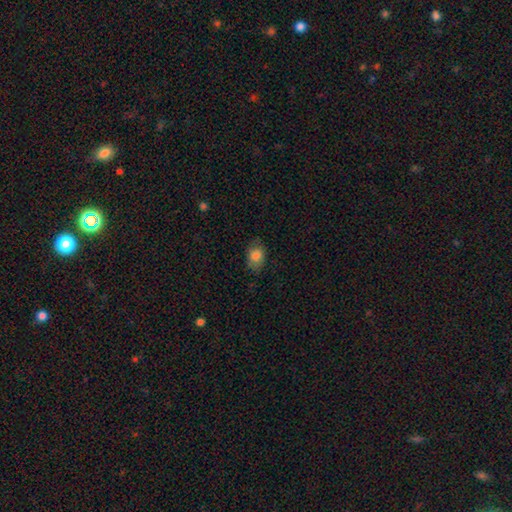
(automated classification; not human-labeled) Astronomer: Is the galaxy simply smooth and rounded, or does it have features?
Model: smooth — 83%.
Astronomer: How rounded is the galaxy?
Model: in between — 77%.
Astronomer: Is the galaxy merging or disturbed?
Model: none — 74%.